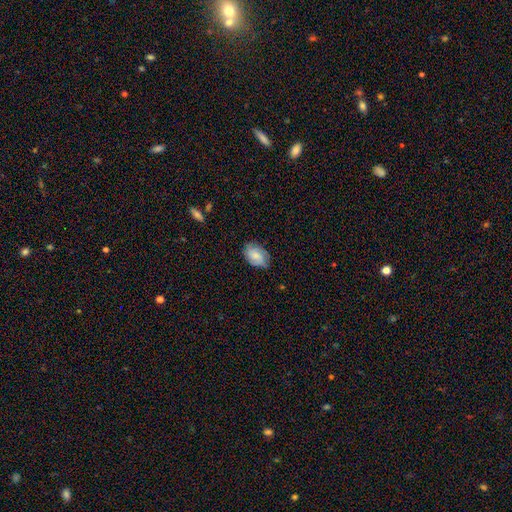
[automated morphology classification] Overall: smooth (62%; featured or disk 30%). How rounded: in between (82%). Merging: none (73%).